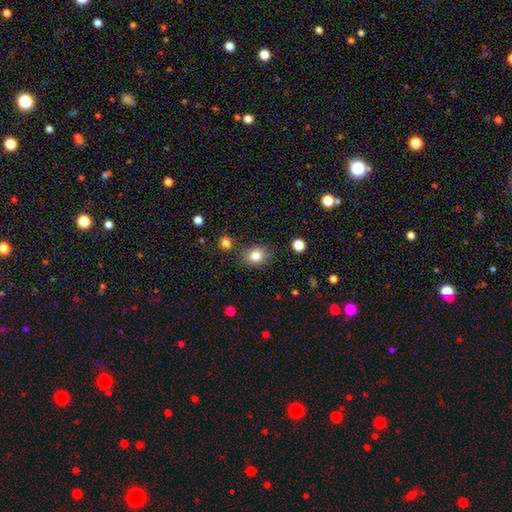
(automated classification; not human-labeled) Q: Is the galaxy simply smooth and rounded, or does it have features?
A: smooth — 83%.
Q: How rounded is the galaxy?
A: in between — 52%.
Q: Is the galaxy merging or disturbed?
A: none — 81%.